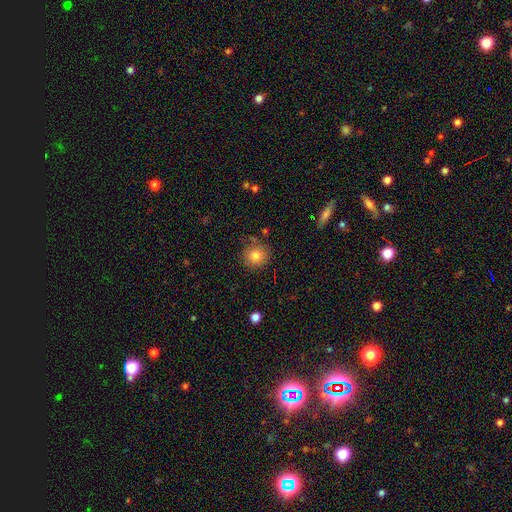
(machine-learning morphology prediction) The model was most divided on "merging": none: 81%, minor disturbance: 12%, merger: 3%, major disturbance: 3%. More confident: how rounded — round (91%); smooth or featured — smooth (81%).